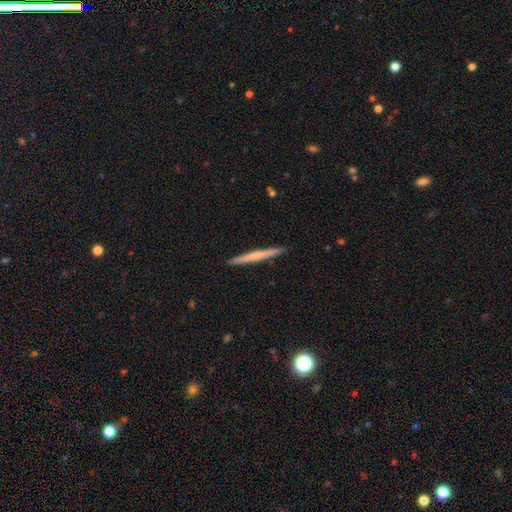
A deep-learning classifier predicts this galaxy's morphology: A smooth galaxy with no disk features (54%) that is cigar-shaped (97%).

Vote fractions:
- Smooth or featured? smooth: 54% / featured or disk: 41% / star or artifact: 5%
- How rounded? cigar-shaped: 97% / in between: 2% / round: 1%
- Merging? none: 93% / minor disturbance: 5% / major disturbance: 1% / merger: 1%